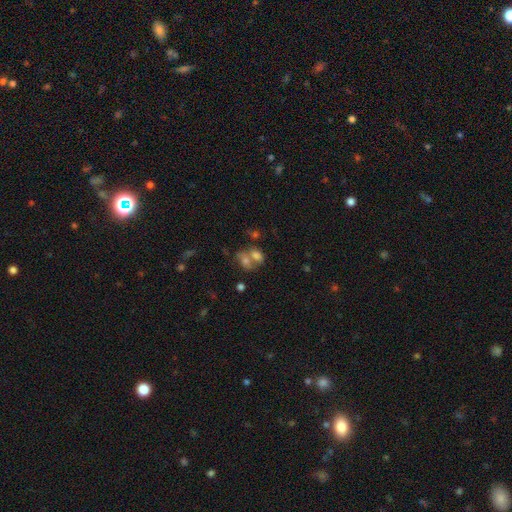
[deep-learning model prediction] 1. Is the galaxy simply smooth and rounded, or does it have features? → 68% smooth, 19% featured or disk, 13% star or artifact.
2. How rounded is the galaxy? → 69% in between, 29% round, 2% cigar-shaped.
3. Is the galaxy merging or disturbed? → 59% merger, 25% none, 10% minor disturbance, 7% major disturbance.